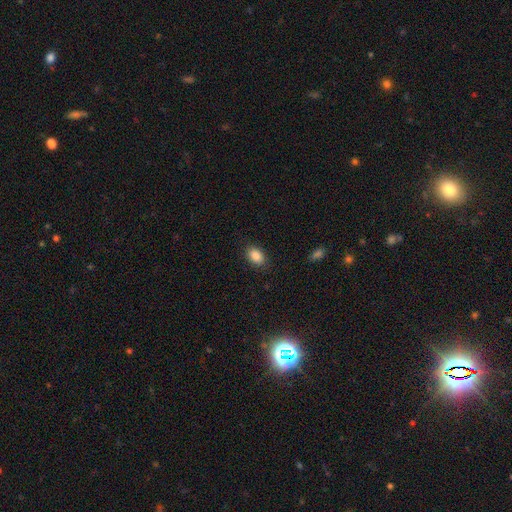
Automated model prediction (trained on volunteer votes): Smooth or featured?
  - smooth: 87% *
  - star or artifact: 8%
  - featured or disk: 4%
How rounded?
  - in between: 85% *
  - round: 14%
  - cigar-shaped: 1%
Merging?
  - none: 86% *
  - minor disturbance: 10%
  - major disturbance: 3%
  - merger: 1%